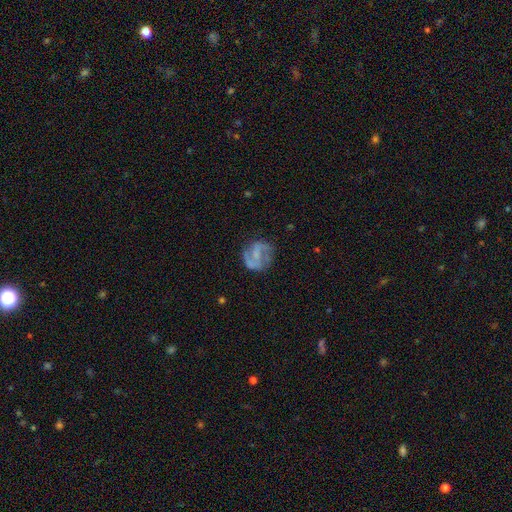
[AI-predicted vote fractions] smooth_or_featured: featured or disk (p=0.69) [alt: smooth p=0.23]
disk_edge_on: no (p=0.98) [alt: yes p=0.02]
bar: no (p=0.43) [alt: weak p=0.40]
has_spiral_arms: yes (p=0.83) [alt: no p=0.17]
spiral_winding: medium (p=0.45) [alt: loose p=0.35]
spiral_arm_count: 2 (p=0.72) [alt: can't tell p=0.12]
bulge_size: none (p=0.50) [alt: small p=0.31]
merging: none (p=0.64) [alt: minor disturbance p=0.20]